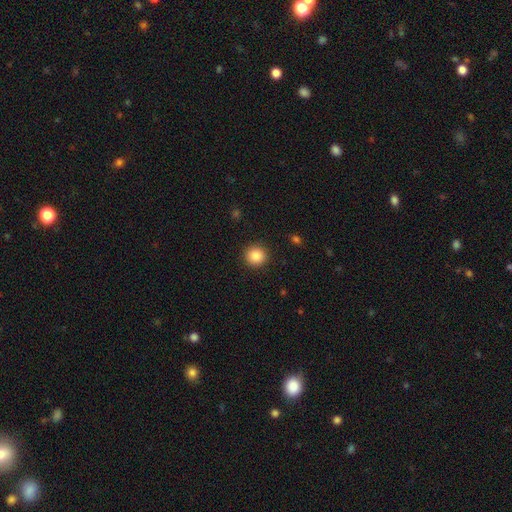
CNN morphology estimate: This appears to be a smooth galaxy with no disk features (87%) that is round (92%). Merging: none (92%).